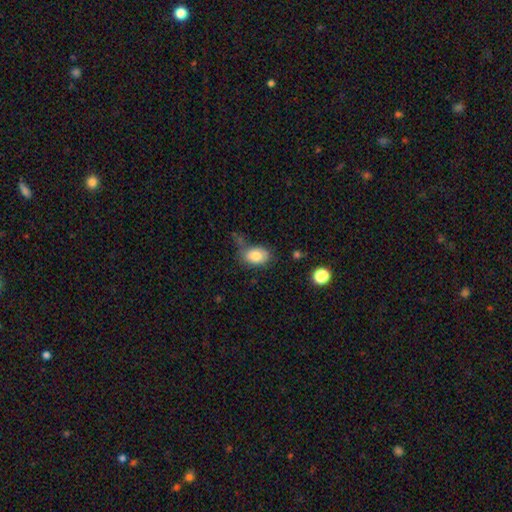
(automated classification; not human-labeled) Smooth or featured? Predicted: smooth (p=0.83). How rounded? Predicted: in between (p=0.84). Merging? Predicted: none (p=0.60).